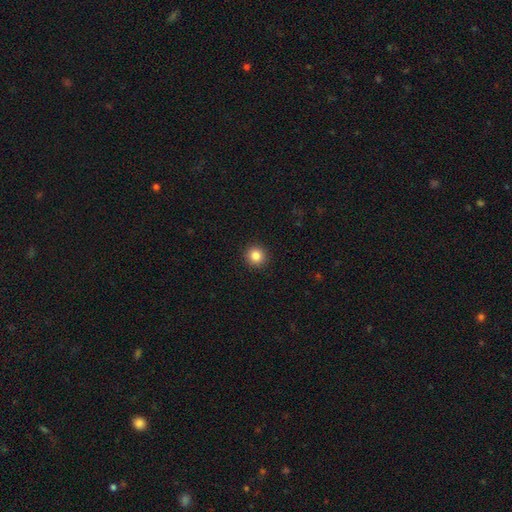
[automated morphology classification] smooth 85%, star or artifact 10%, featured or disk 5%. Down the decision tree: how rounded — round (94%); merging — none (93%).